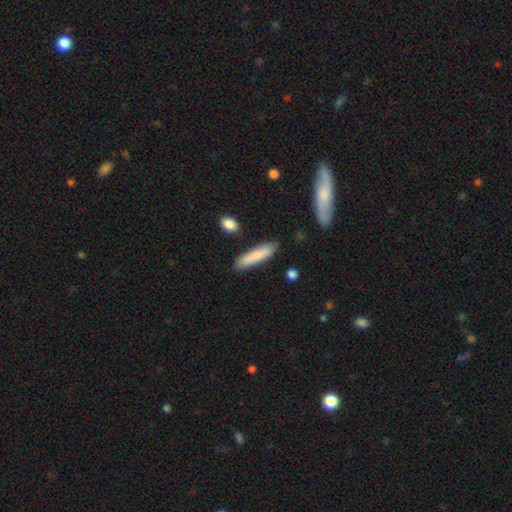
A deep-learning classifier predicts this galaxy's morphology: type=smooth (80%); roundness=cigar-shaped (81%); merging=none (85%).